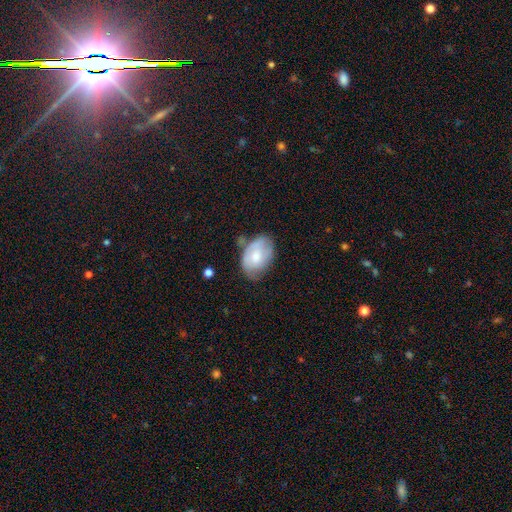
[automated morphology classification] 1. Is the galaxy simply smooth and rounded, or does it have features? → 54% smooth, 39% featured or disk, 6% star or artifact.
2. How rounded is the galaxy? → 86% in between, 13% round, 1% cigar-shaped.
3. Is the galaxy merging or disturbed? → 50% none, 33% minor disturbance, 11% major disturbance, 6% merger.